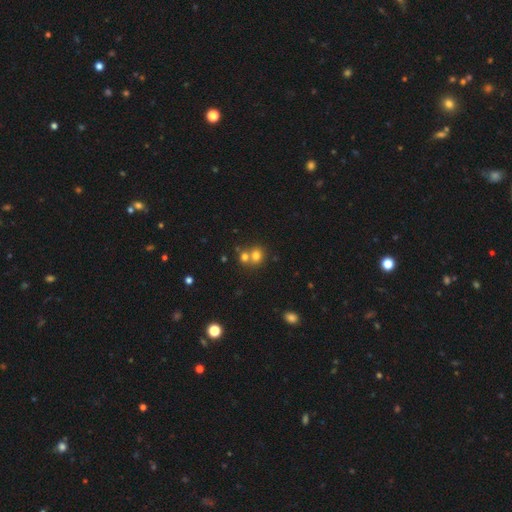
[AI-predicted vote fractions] smooth 75%, star or artifact 14%, featured or disk 11%. Down the decision tree: how rounded — round (73%); merging — merger (48%).